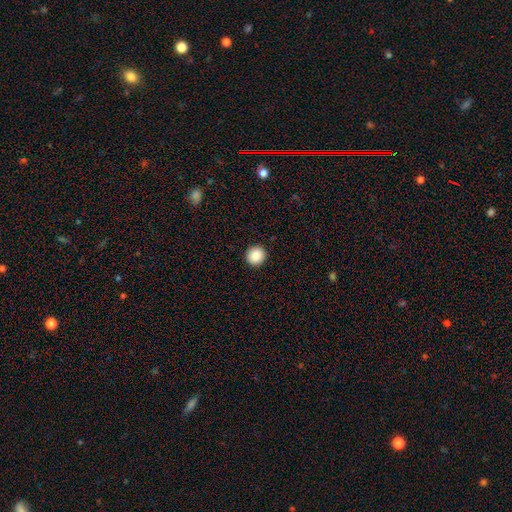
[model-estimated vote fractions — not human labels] This is clearly a smooth galaxy (88%). How rounded: clearly round (95%). Merging: clearly none (93%).